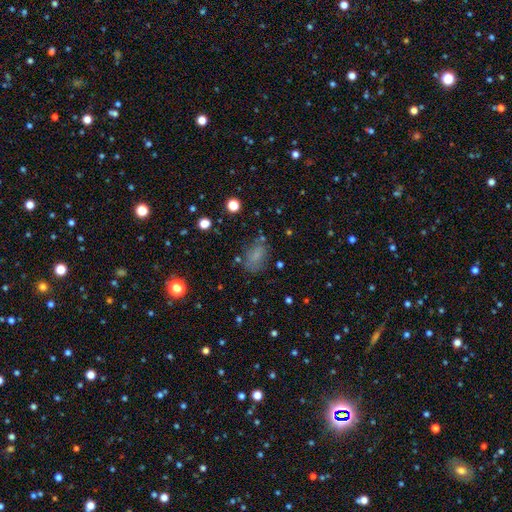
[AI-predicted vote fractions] Smooth or featured? Predicted: smooth (p=0.66). How rounded? Predicted: in between (p=0.81). Merging? Predicted: none (p=0.62).